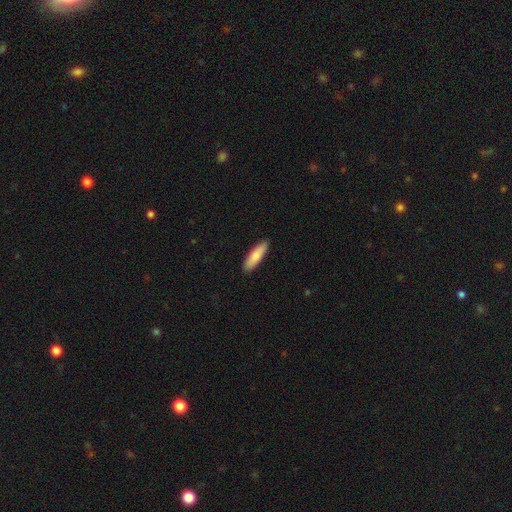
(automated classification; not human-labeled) smooth_or_featured: smooth (p=0.83) [alt: featured or disk p=0.12]
how_rounded: cigar-shaped (p=0.63) [alt: in between p=0.35]
merging: none (p=0.90) [alt: minor disturbance p=0.07]